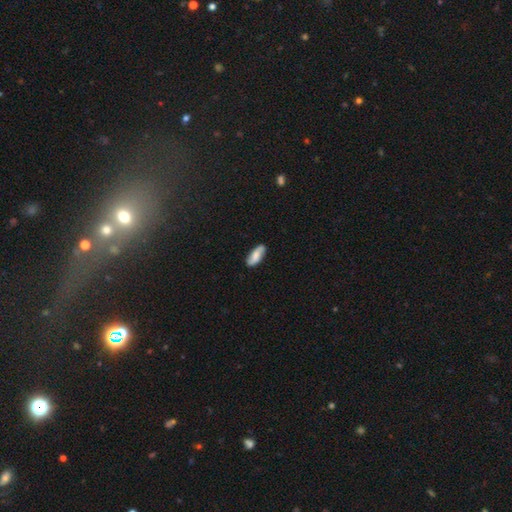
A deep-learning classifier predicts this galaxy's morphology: A smooth galaxy with no disk features (63%) that is in between round and cigar-shaped (75%). Merging: none (81%).